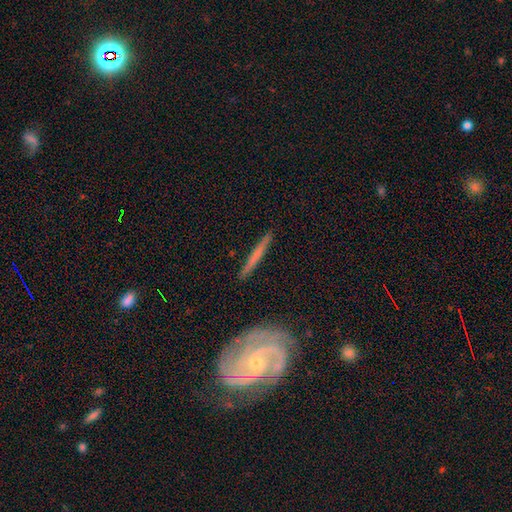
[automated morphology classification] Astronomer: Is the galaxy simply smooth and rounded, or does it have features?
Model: featured or disk — 57% (runner-up: smooth, 37%).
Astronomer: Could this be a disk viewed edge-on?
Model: yes — 78%.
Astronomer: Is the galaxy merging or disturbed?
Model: none — 87%.